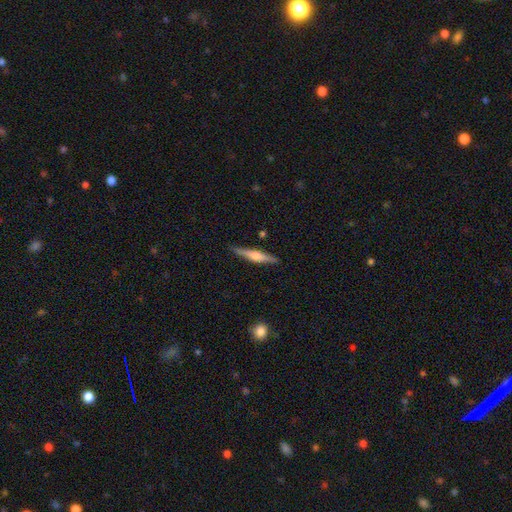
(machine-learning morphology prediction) This is likely a featured or disk galaxy (61%). It is clearly viewed edge-on (97%). Edge-on bulge: likely rounded (75%). Merging: clearly none (88%).